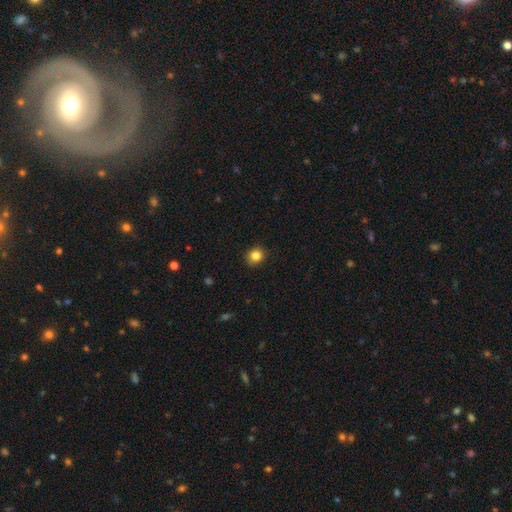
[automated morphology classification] This appears to be a smooth galaxy with no disk features (84%) that is round (83%). Merging: none (89%).